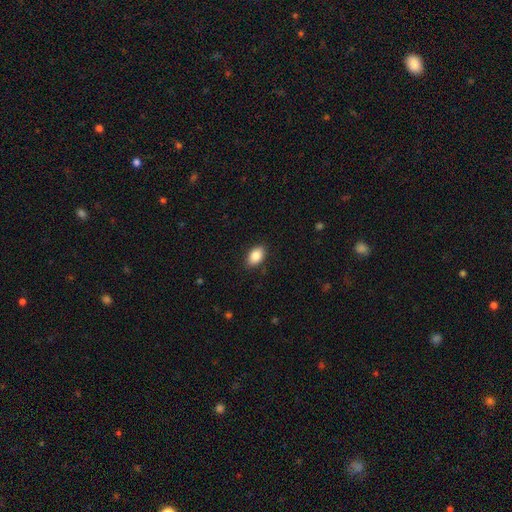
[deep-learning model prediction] Morphology: type=smooth (87%); roundness=in between (90%); merging=none (87%).